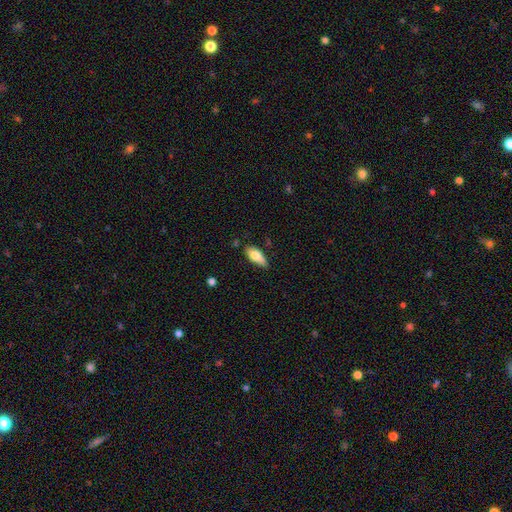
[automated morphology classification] A smooth galaxy with no disk features (77%) that is in between round and cigar-shaped (80%). Merging: none (54%).